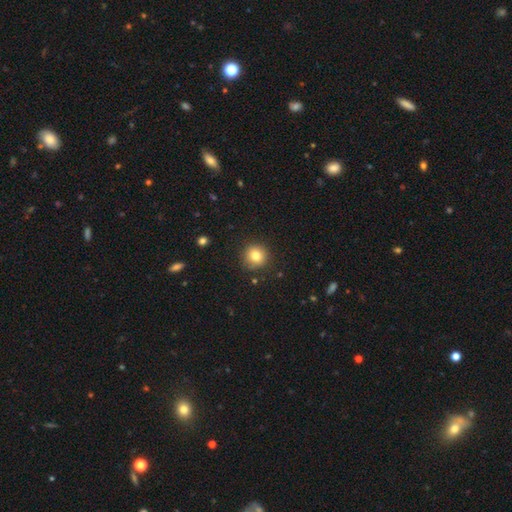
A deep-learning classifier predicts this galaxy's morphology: This is clearly a smooth galaxy (81%). How rounded: clearly round (93%). Merging: clearly none (88%).